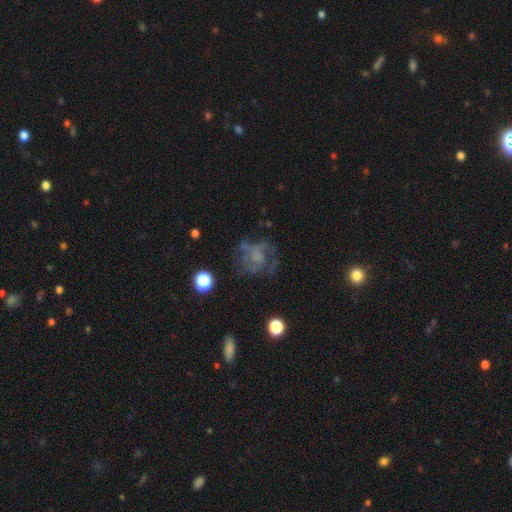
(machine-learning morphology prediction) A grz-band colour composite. It shows a featured or disk galaxy (60%) with no bar (80%), spiral arms (63%) and no central bulge (55%). Merging: none (51%).